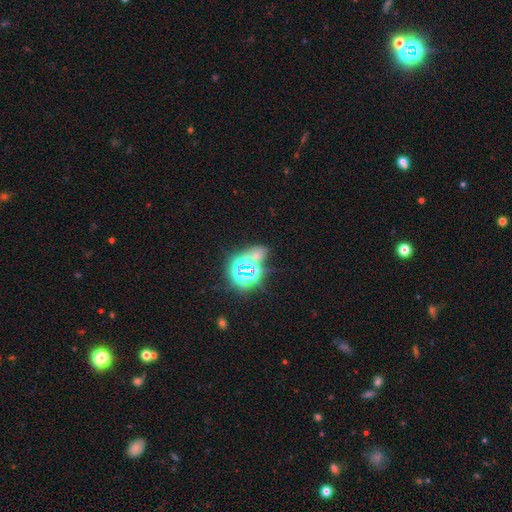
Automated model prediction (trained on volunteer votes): Smooth or featured? star or artifact (65%)